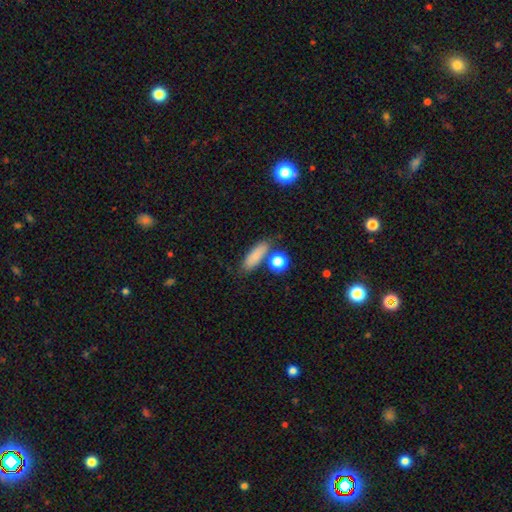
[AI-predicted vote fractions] smooth 83%, featured or disk 9%, star or artifact 8%. Down the decision tree: how rounded — in between (52%); merging — none (71%).